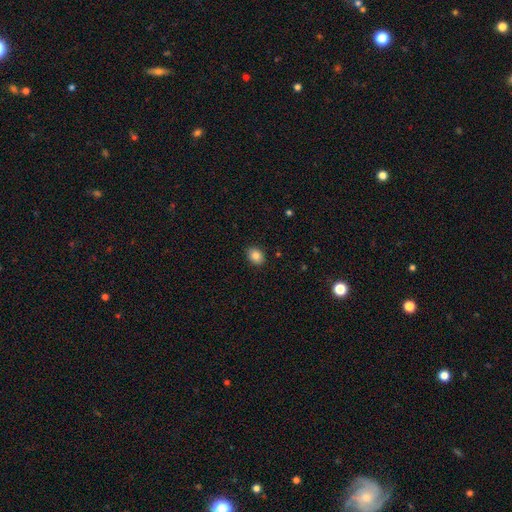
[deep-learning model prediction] Overall: smooth (83%). How rounded: in between (57%; round 42%). Merging: none (90%).